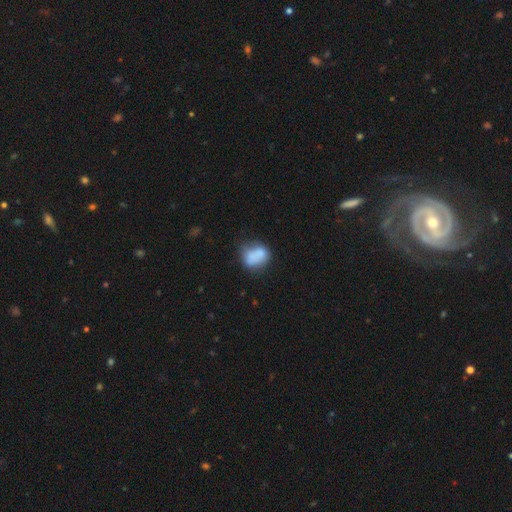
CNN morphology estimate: type=smooth (73%); roundness=in between (60%); merging=none (43%).